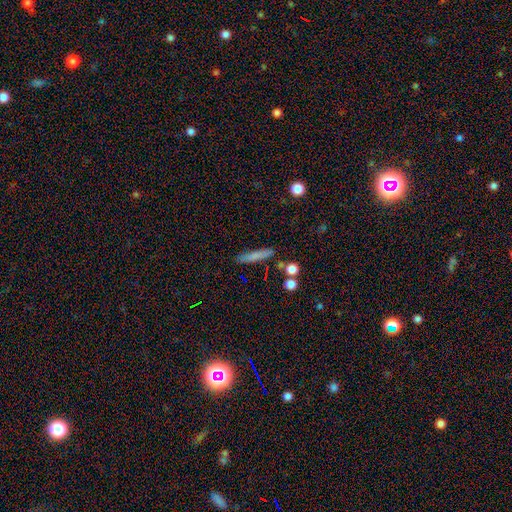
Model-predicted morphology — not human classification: smooth-or-featured: smooth: 74% | featured or disk: 17% | star or artifact: 9%
  how-rounded: cigar-shaped: 88% | in between: 9% | round: 3%
  merging: none: 81% | minor disturbance: 11% | merger: 5% | major disturbance: 3%